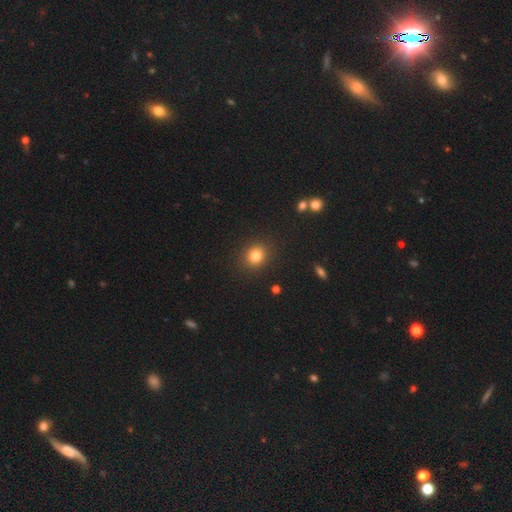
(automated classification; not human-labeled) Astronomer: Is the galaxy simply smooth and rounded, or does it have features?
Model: smooth — 81%.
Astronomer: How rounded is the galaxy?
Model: round — 77%.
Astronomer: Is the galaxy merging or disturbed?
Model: none — 90%.